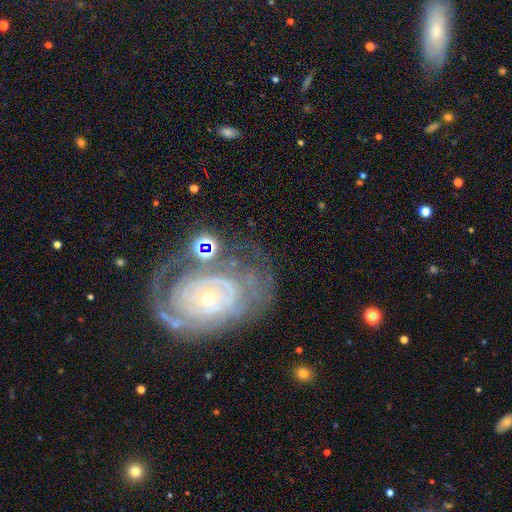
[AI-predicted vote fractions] Smooth or featured? featured or disk (81%)
Edge-on disk? no (96%)
Bar? no (79%)
Spiral arms? yes (85%)
Spiral winding? tight (76%)
Spiral arm count? can't tell (45%)
Bulge size? small (71%)
Merging? none (56%)